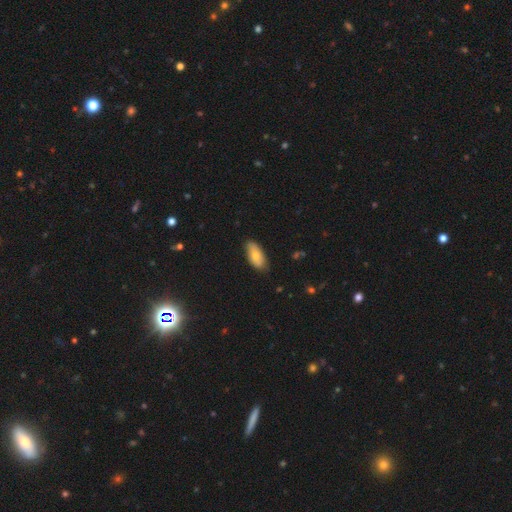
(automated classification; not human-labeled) smooth-or-featured: smooth: 76% | featured or disk: 18% | star or artifact: 6%
  how-rounded: in between: 89% | cigar-shaped: 9% | round: 2%
  merging: none: 77% | minor disturbance: 19% | major disturbance: 3% | merger: 1%